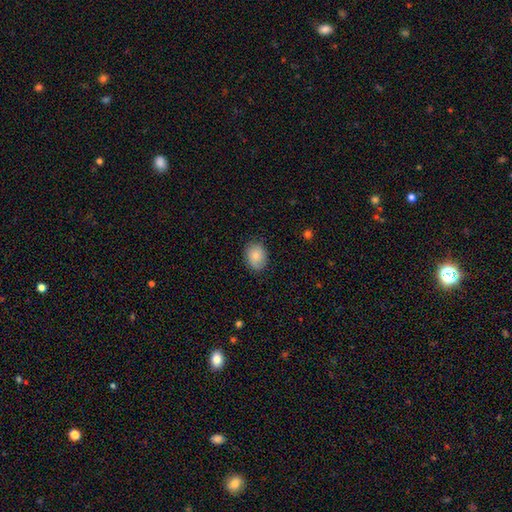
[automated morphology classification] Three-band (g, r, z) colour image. It shows a smooth galaxy with no disk features (83%) that is in between round and cigar-shaped (60%). Merging: none (82%).